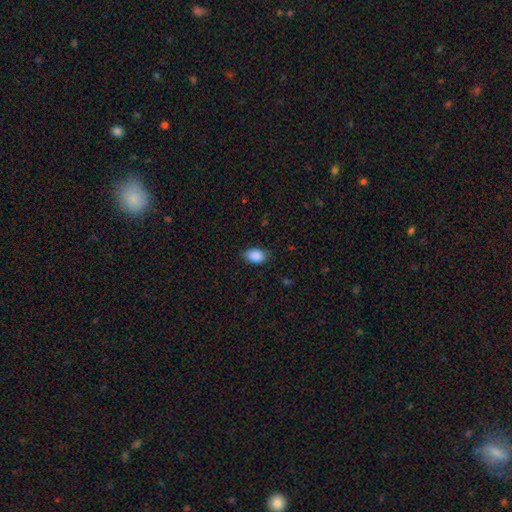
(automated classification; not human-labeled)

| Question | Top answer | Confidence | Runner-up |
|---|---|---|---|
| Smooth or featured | smooth | 90% | star or artifact (7%) |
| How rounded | in between | 86% | round (12%) |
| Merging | none | 82% | minor disturbance (14%) |